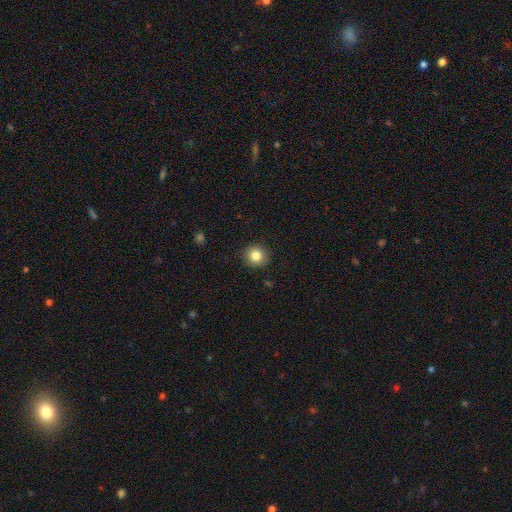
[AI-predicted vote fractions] Overall: smooth (83%). How rounded: round (90%). Merging: none (91%).